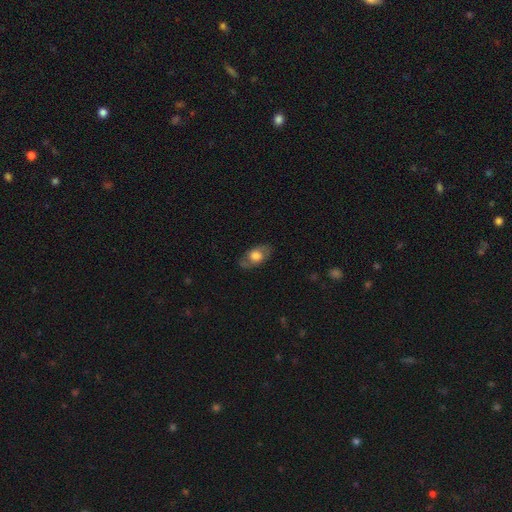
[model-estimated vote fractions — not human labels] smooth 54%, featured or disk 39%, star or artifact 7%. Down the decision tree: how rounded — in between (83%); merging — none (76%).